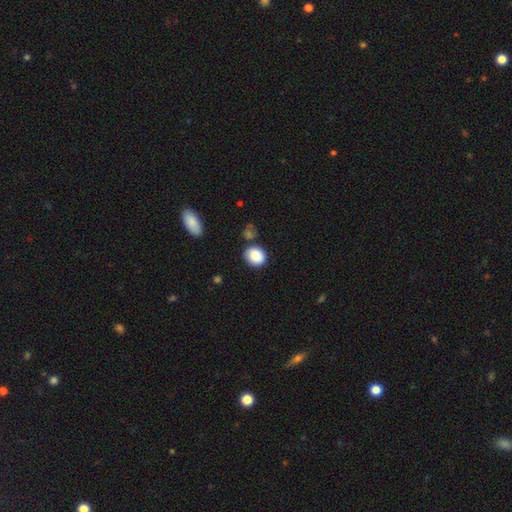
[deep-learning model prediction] smooth_or_featured: smooth (p=0.88) [alt: star or artifact p=0.08]
how_rounded: round (p=0.64) [alt: in between p=0.35]
merging: none (p=0.74) [alt: minor disturbance p=0.15]